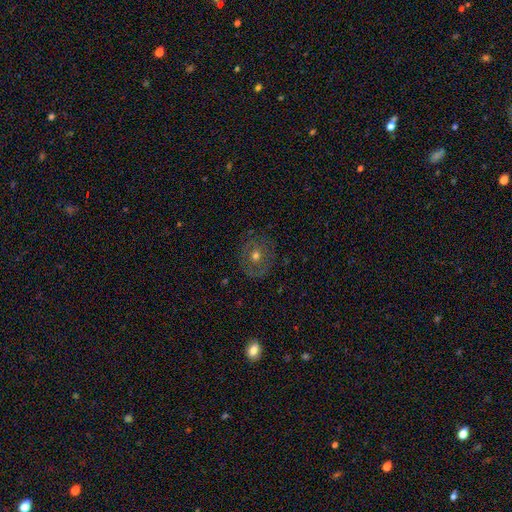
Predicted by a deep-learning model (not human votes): smooth_or_featured: featured or disk (p=0.50) [alt: smooth p=0.39]
disk_edge_on: no (p=0.96) [alt: yes p=0.04]
merging: none (p=0.81) [alt: minor disturbance p=0.12]